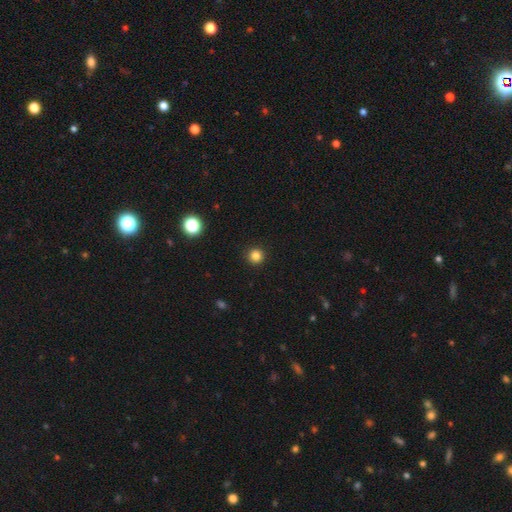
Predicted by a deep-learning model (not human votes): smooth-or-featured: smooth: 83% | star or artifact: 13% | featured or disk: 4%
  how-rounded: round: 95% | in between: 4% | cigar-shaped: 1%
  merging: none: 93% | minor disturbance: 4% | major disturbance: 2% | merger: 1%